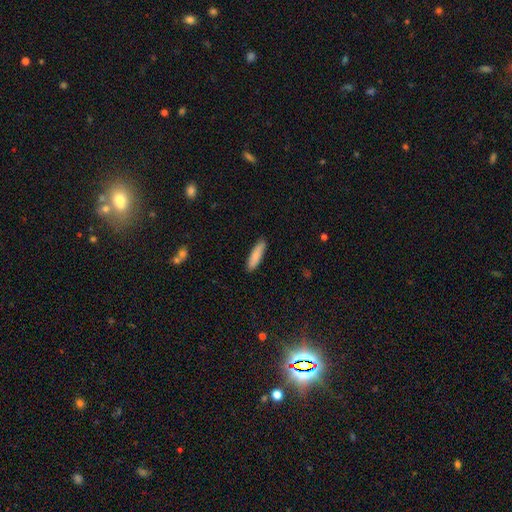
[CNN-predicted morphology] Smooth or featured? Predicted: smooth (p=0.86). How rounded? Predicted: cigar-shaped (p=0.73). Merging? Predicted: none (p=0.89).